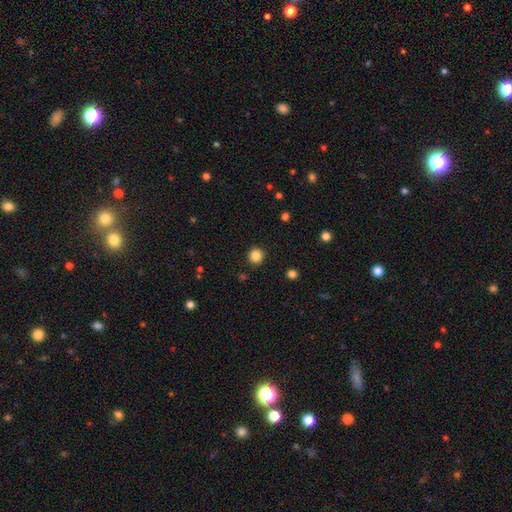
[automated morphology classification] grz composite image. It shows a smooth galaxy with no disk features (85%) that is round (93%). Merging: none (91%).